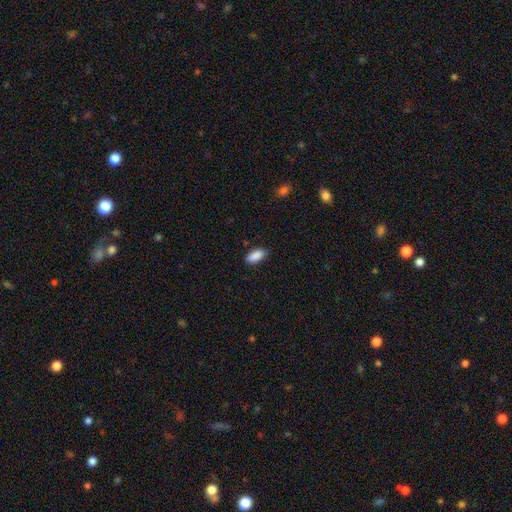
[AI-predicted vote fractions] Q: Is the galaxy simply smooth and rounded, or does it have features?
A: smooth — 90%.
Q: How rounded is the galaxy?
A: in between — 87%.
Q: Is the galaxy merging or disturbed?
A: none — 85%.